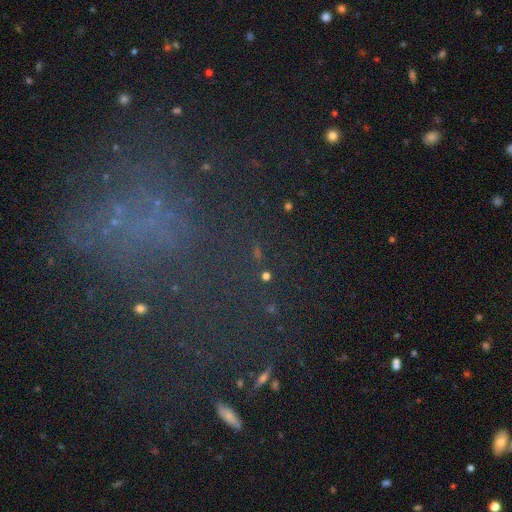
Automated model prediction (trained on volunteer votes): smooth-or-featured: star or artifact: 62% | smooth: 20% | featured or disk: 18%